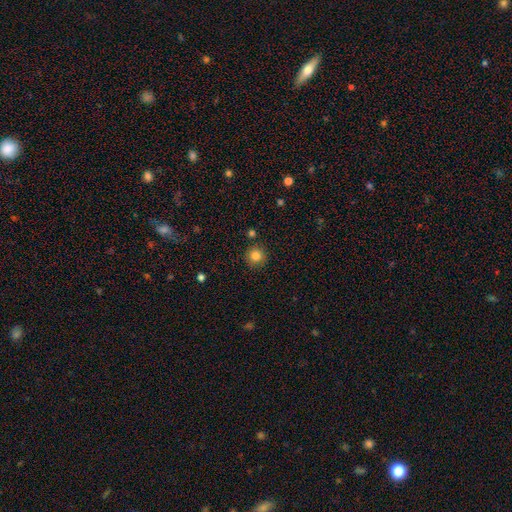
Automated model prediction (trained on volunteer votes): Morphology: type=smooth (83%); roundness=round (94%); merging=none (88%).